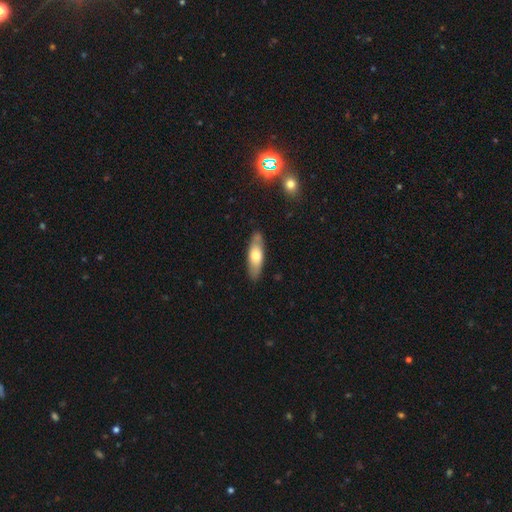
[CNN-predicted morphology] A smooth galaxy with no disk features (61%) that is in between round and cigar-shaped (53%). Merging: none (83%).